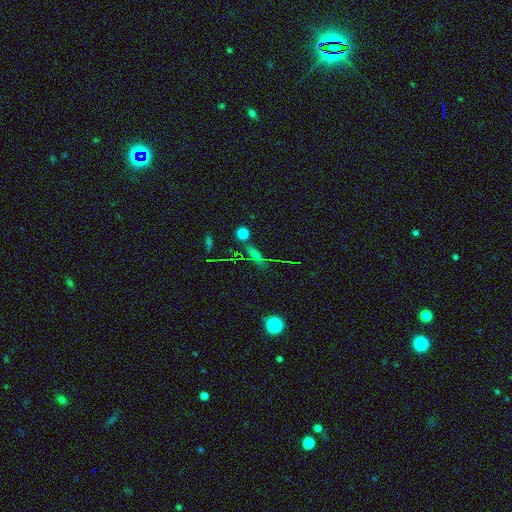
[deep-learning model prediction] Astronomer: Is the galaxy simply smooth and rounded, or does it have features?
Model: smooth — 49% (runner-up: star or artifact, 33%).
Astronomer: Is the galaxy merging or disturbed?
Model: none — 74%.